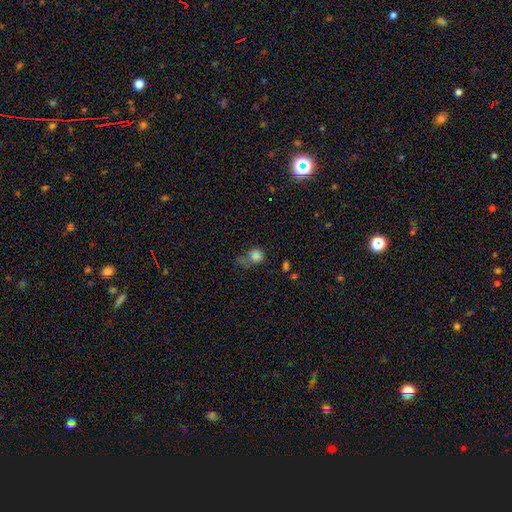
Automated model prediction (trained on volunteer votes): Smooth or featured: smooth — 67% (star or artifact — 23%)
How rounded: round — 73% (in between — 25%)
Merging: none — 43% (merger — 21%)